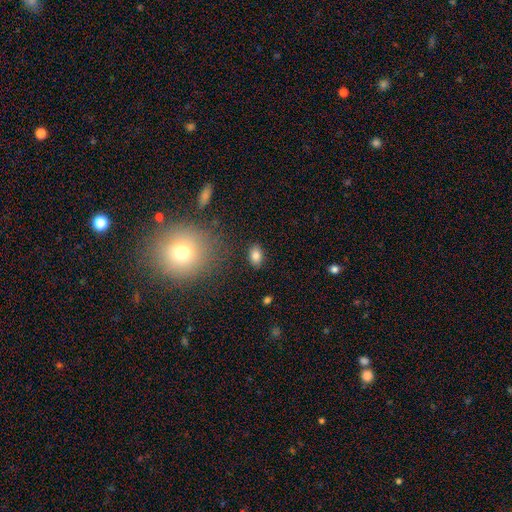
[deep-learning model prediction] smooth_or_featured: smooth (p=0.82) [alt: star or artifact p=0.10]
how_rounded: in between (p=0.81) [alt: round p=0.17]
merging: none (p=0.85) [alt: minor disturbance p=0.10]